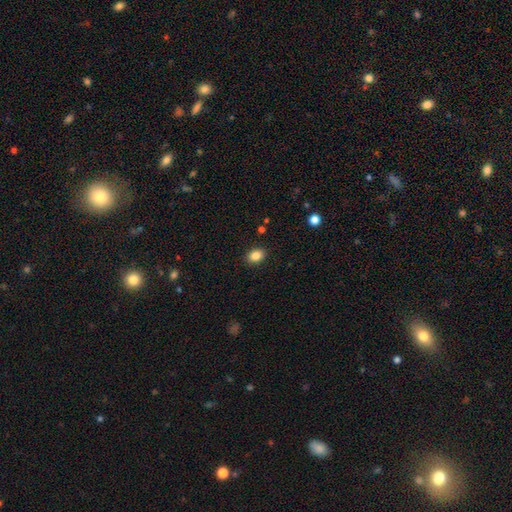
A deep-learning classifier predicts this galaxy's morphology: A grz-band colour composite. It shows a smooth galaxy with no disk features (86%) that is in between round and cigar-shaped (72%). Merging: none (89%).